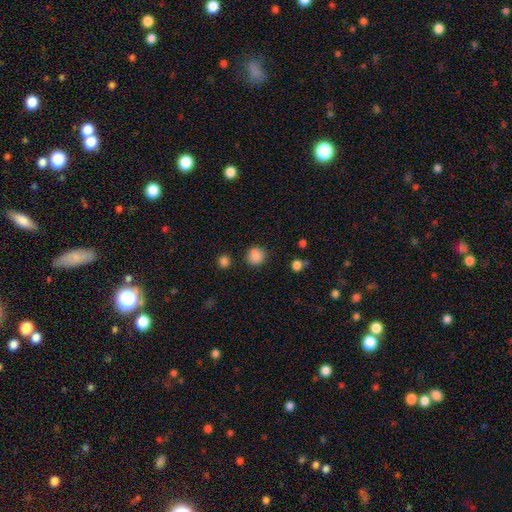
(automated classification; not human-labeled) A smooth galaxy with no disk features (86%) that is round (89%). Merging: none (84%).